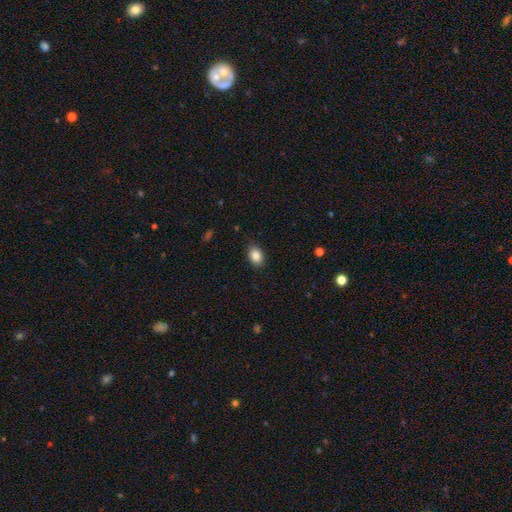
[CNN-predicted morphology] smooth_or_featured: smooth (p=0.86) [alt: star or artifact p=0.09]
how_rounded: in between (p=0.75) [alt: round p=0.24]
merging: none (p=0.85) [alt: minor disturbance p=0.12]